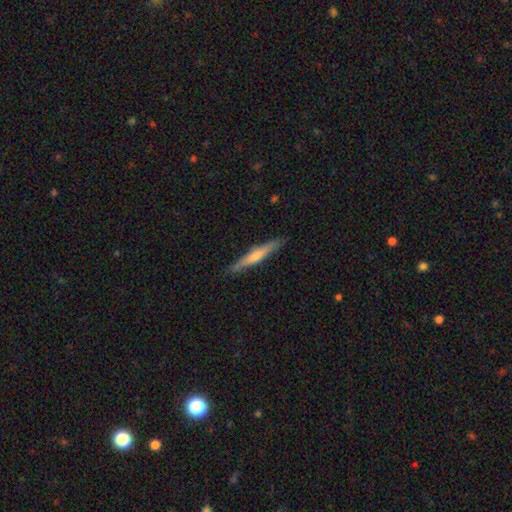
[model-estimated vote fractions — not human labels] smooth-or-featured: featured or disk: 65% | smooth: 28% | star or artifact: 7%
  disk-edge-on: yes: 97% | no: 3%
    edge-on-bulge: rounded: 76% | none: 18% | boxy: 7%
  merging: none: 91% | minor disturbance: 7% | major disturbance: 1% | merger: 1%